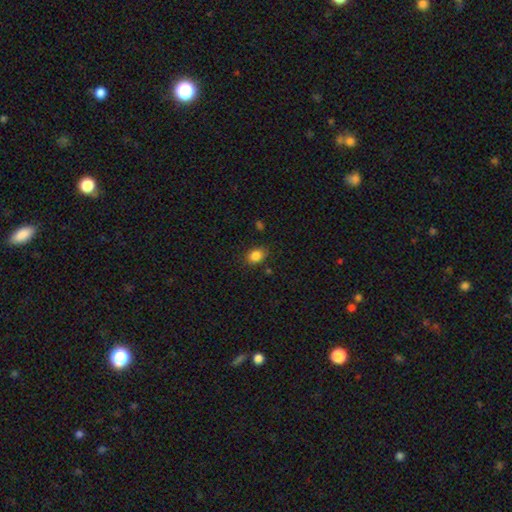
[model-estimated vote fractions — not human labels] Smooth or featured: smooth — 85% (star or artifact — 11%)
How rounded: in between — 59% (round — 40%)
Merging: none — 79% (minor disturbance — 14%)